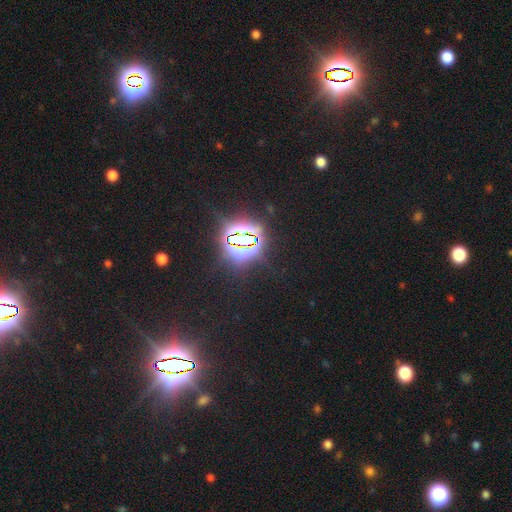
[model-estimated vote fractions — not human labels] A star or artifact, not a galaxy (85%).

Vote fractions:
- Smooth or featured? star or artifact: 85% / smooth: 8% / featured or disk: 7%